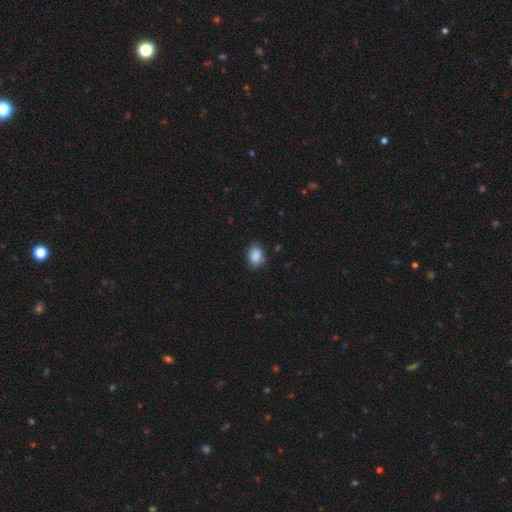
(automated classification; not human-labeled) smooth-or-featured: smooth: 88% | star or artifact: 8% | featured or disk: 4%
  how-rounded: in between: 77% | round: 21% | cigar-shaped: 1%
  merging: none: 80% | minor disturbance: 15% | major disturbance: 3% | merger: 1%